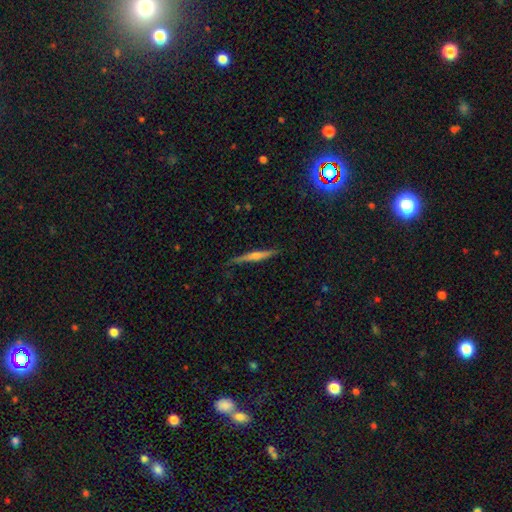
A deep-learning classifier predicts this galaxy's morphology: smooth-or-featured: featured or disk: 59% | smooth: 34% | star or artifact: 7%
  disk-edge-on: yes: 97% | no: 3%
    edge-on-bulge: rounded: 71% | none: 20% | boxy: 9%
  merging: none: 85% | minor disturbance: 12% | major disturbance: 2% | merger: 1%